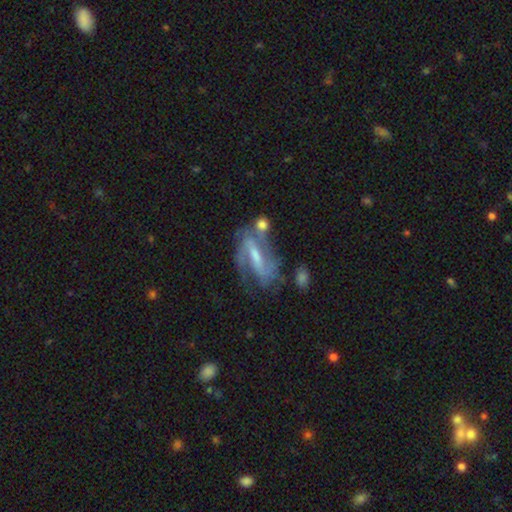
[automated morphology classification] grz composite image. It shows a featured or disk galaxy (78%) with a strong bar (50%), 2 (66%) medium (46%) spiral arms (88%) and a small central bulge (42%). Merging: none (51%).